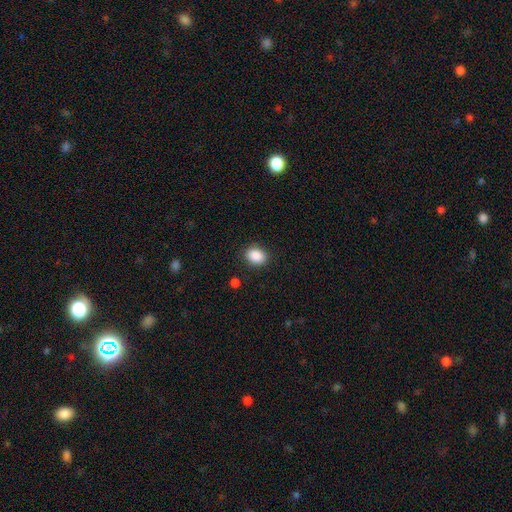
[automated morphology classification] Smooth or featured? smooth (89%)
How rounded? in between (59%)
Merging? none (88%)